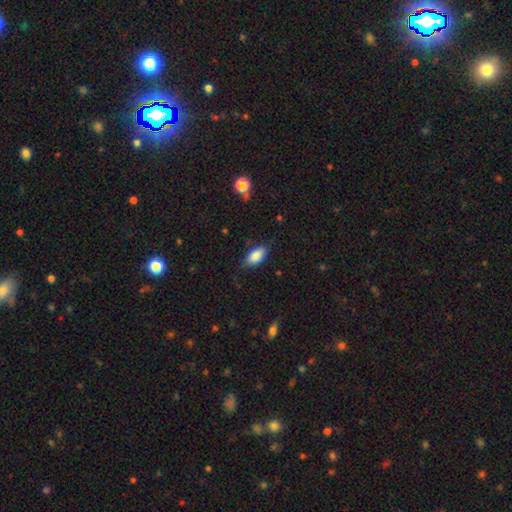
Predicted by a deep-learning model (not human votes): The model was most divided on "merging": none: 71%, minor disturbance: 22%, major disturbance: 5%, merger: 1%. More confident: how rounded — in between (89%); smooth or featured — smooth (82%).